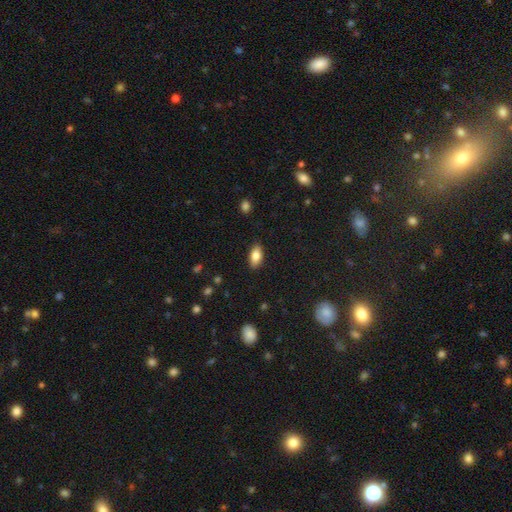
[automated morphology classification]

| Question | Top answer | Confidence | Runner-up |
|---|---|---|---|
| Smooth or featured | smooth | 82% | featured or disk (10%) |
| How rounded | in between | 90% | cigar-shaped (6%) |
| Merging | none | 87% | minor disturbance (10%) |